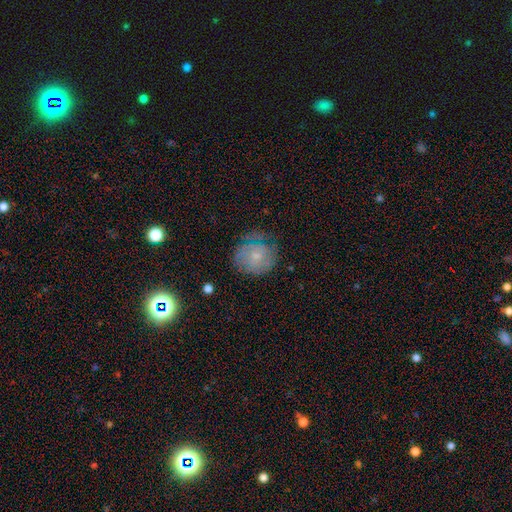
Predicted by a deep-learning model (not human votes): smooth-or-featured: smooth: 49% | featured or disk: 43% | star or artifact: 9%
  merging: none: 59% | minor disturbance: 26% | major disturbance: 13% | merger: 2%